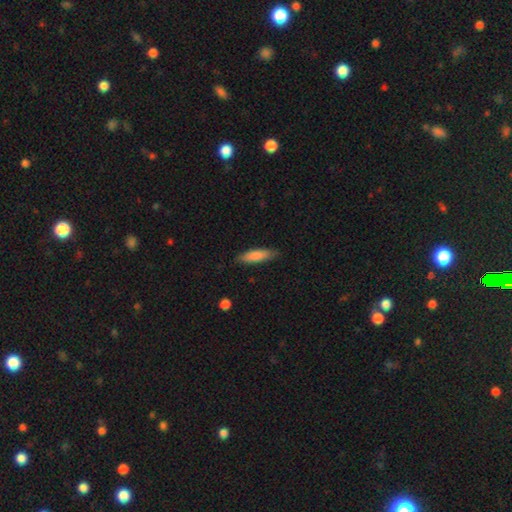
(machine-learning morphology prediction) A smooth galaxy with no disk features (82%) that is cigar-shaped (62%).

Vote fractions:
- Smooth or featured? smooth: 82% / featured or disk: 13% / star or artifact: 5%
- How rounded? cigar-shaped: 62% / in between: 36% / round: 1%
- Merging? none: 82% / minor disturbance: 14% / major disturbance: 2% / merger: 1%